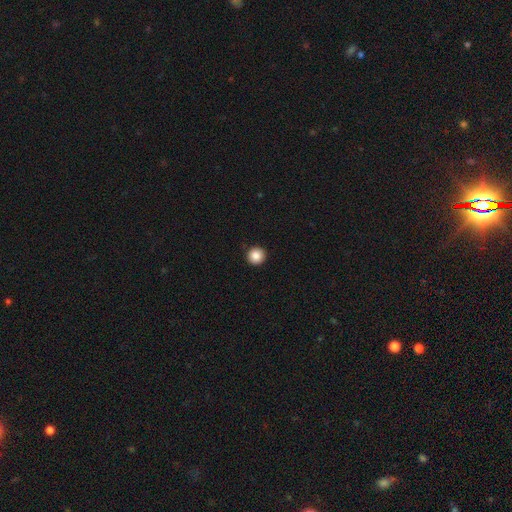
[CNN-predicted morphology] This appears to be a smooth galaxy with no disk features (87%) that is round (96%). Merging: none (93%).